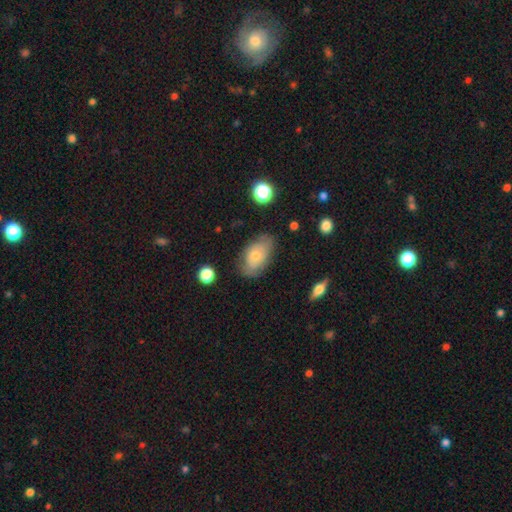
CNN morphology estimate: A smooth galaxy with no disk features (55%) that is in between round and cigar-shaped (90%). Merging: none (71%).